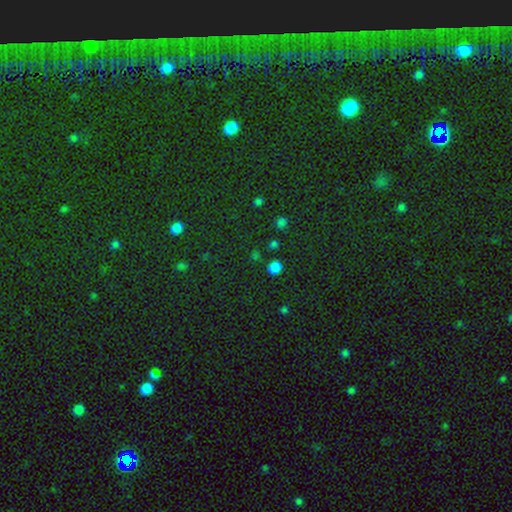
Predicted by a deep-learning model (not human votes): Morphology: type=smooth (58%); roundness=round (73%); merging=none (81%).